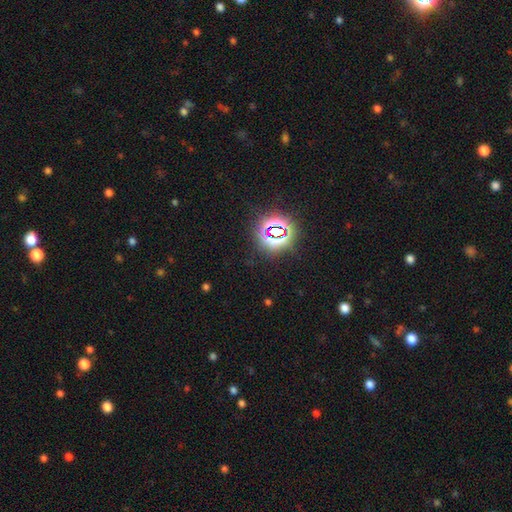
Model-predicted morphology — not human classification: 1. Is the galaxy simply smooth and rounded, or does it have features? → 81% star or artifact, 13% smooth, 7% featured or disk.